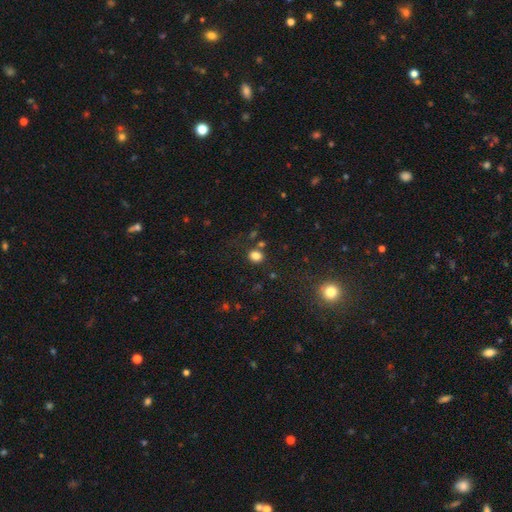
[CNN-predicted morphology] This is clearly a smooth galaxy (80%). How rounded: likely round (62%). Merging: likely none (77%).